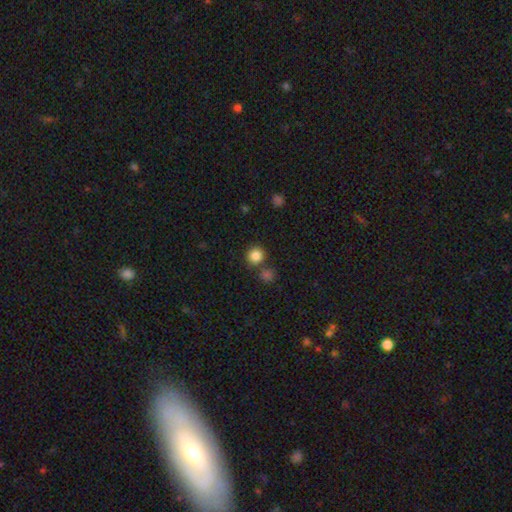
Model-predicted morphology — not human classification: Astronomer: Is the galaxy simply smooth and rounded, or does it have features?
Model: smooth — 84%.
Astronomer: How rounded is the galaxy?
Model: round — 92%.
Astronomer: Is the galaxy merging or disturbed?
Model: none — 76%.